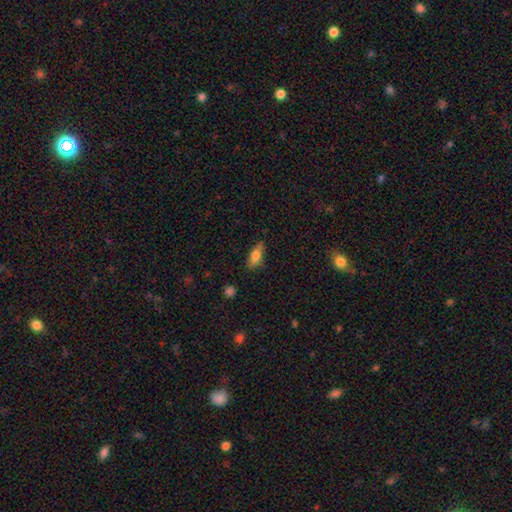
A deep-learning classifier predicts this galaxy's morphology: Overall: smooth (74%). How rounded: in between (74%). Merging: none (75%).